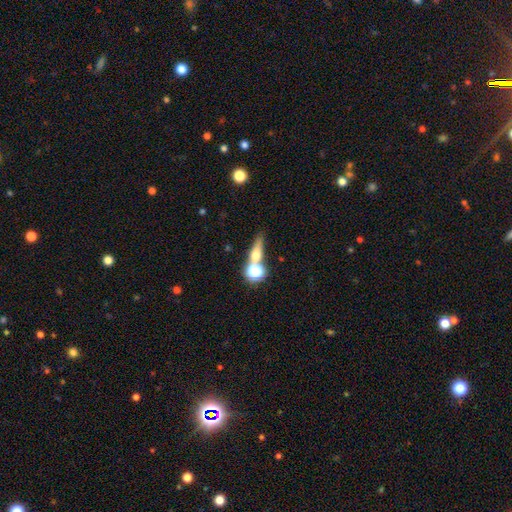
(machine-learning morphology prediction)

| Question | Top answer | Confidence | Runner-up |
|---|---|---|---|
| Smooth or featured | smooth | 53% | featured or disk (28%) |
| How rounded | cigar-shaped | 37% | round (35%) |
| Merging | none | 50% | merger (32%) |